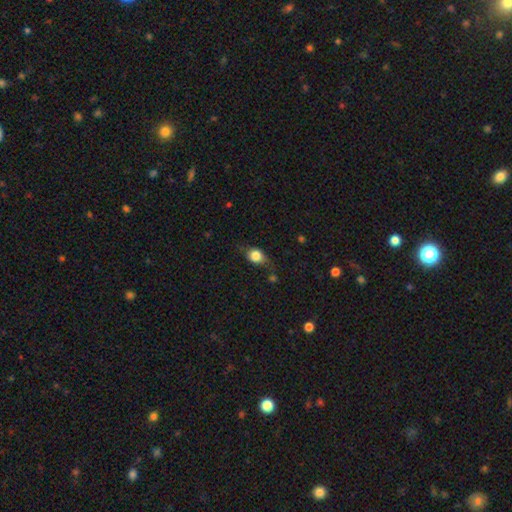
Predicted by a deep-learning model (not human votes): A smooth galaxy with no disk features (77%) that is in between round and cigar-shaped (51%).

Vote fractions:
- Smooth or featured? smooth: 77% / featured or disk: 14% / star or artifact: 9%
- How rounded? in between: 51% / round: 47% / cigar-shaped: 3%
- Merging? none: 55% / minor disturbance: 29% / major disturbance: 11% / merger: 5%